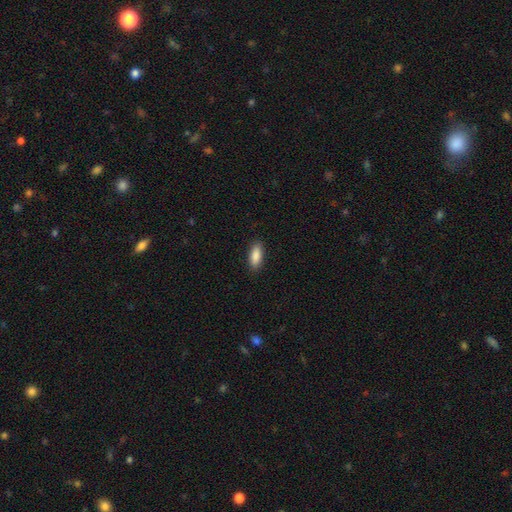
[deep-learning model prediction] This appears to be a smooth galaxy with no disk features (89%) that is in between round and cigar-shaped (75%). Merging: none (88%).